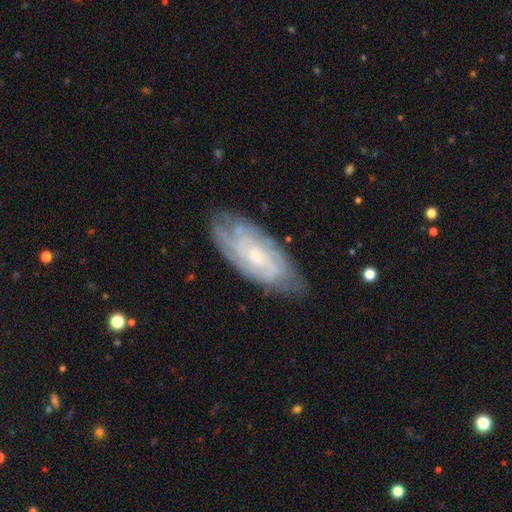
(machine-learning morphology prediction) This appears to be a featured or disk galaxy (74%) with no bar (67%), tight (66%) spiral arms (90%) and a small central bulge (60%). Merging: none (74%).